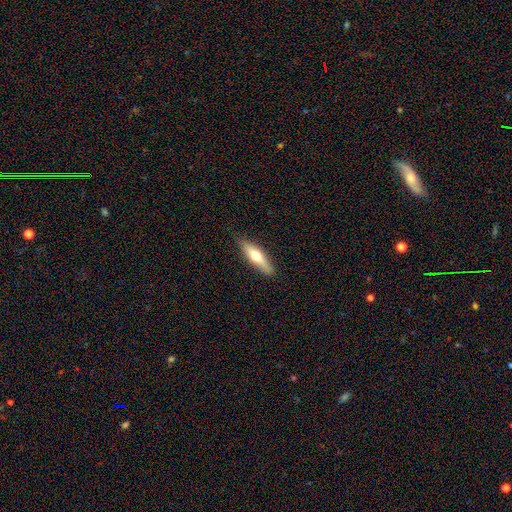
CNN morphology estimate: This appears to be a smooth galaxy with no disk features (55%) that is cigar-shaped (68%). Merging: none (83%).